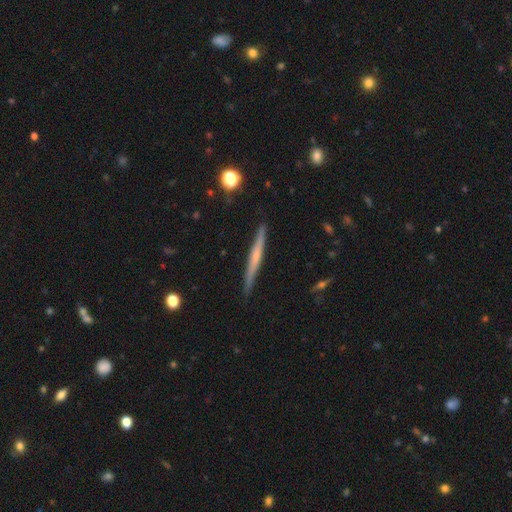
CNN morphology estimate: A featured or disk galaxy (60%) viewed edge-on (97%) with no central bulge (50%).

Vote fractions:
- Smooth or featured? featured or disk: 60% / smooth: 33% / star or artifact: 6%
- Edge-on disk? yes: 97% / no: 3%
- Edge-on bulge? none: 50% / rounded: 44% / boxy: 6%
- Merging? none: 89% / minor disturbance: 8% / major disturbance: 1% / merger: 1%